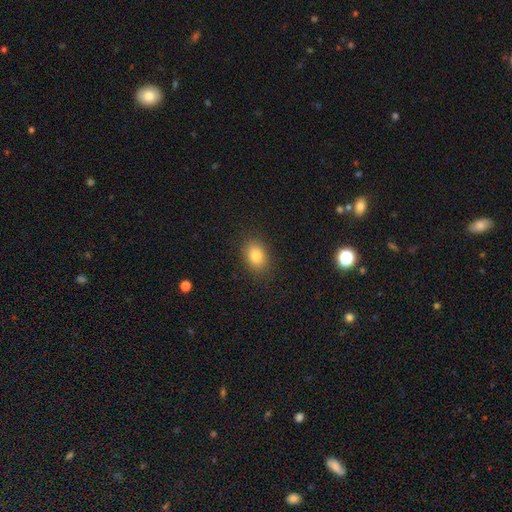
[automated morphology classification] smooth-or-featured: smooth: 82% | star or artifact: 11% | featured or disk: 7%
  how-rounded: in between: 69% | round: 29% | cigar-shaped: 1%
  merging: none: 87% | minor disturbance: 9% | major disturbance: 3% | merger: 1%